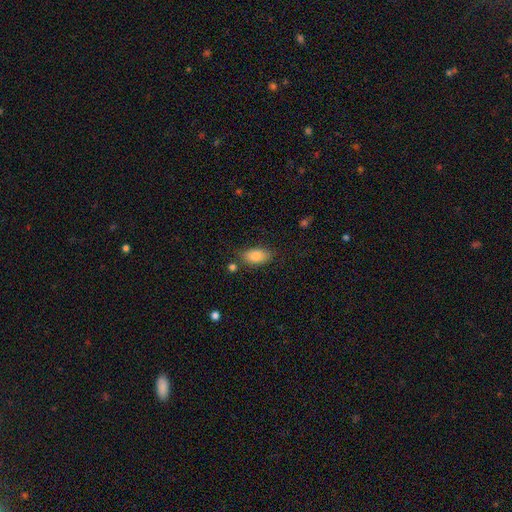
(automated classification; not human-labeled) Smooth or featured? Predicted: smooth (p=0.85). How rounded? Predicted: in between (p=0.90). Merging? Predicted: none (p=0.77).